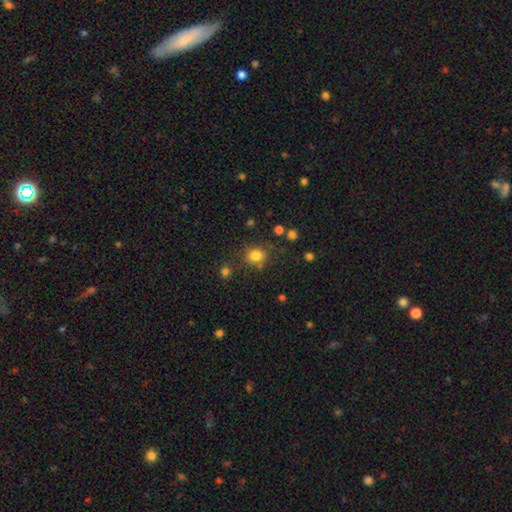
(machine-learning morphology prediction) smooth 80%, star or artifact 13%, featured or disk 6%. Down the decision tree: how rounded — round (72%); merging — none (75%).